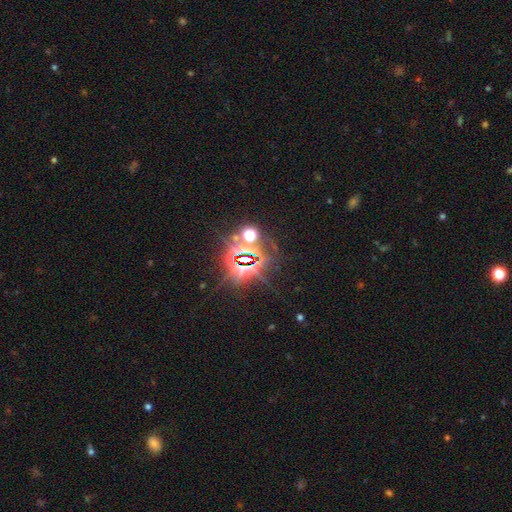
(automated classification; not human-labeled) This appears to be a star or artifact, not a galaxy (82%).